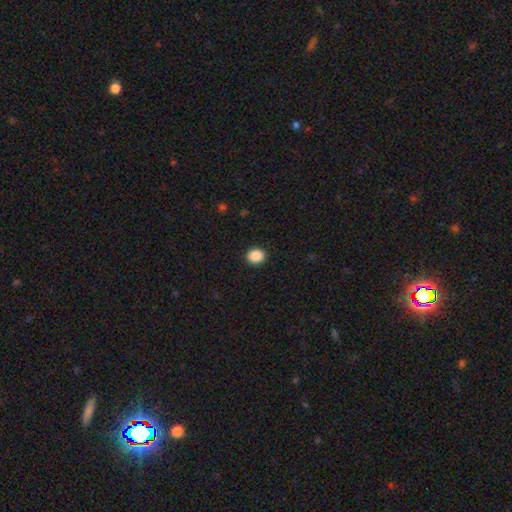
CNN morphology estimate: This is clearly a smooth galaxy (88%). How rounded: likely round (71%). Merging: clearly none (91%).